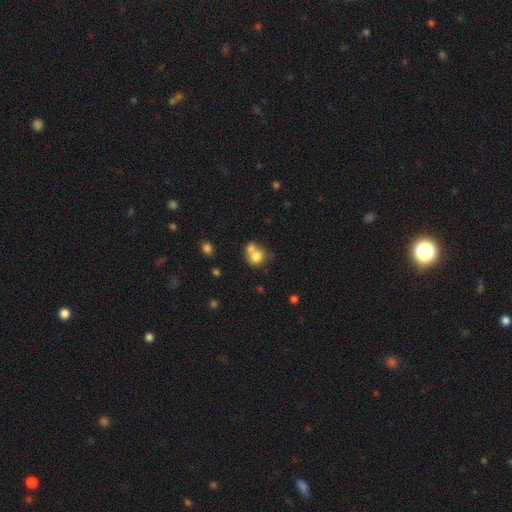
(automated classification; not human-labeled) smooth_or_featured: smooth (p=0.77) [alt: featured or disk p=0.13]
how_rounded: round (p=0.77) [alt: in between p=0.22]
merging: merger (p=0.51) [alt: none p=0.35]